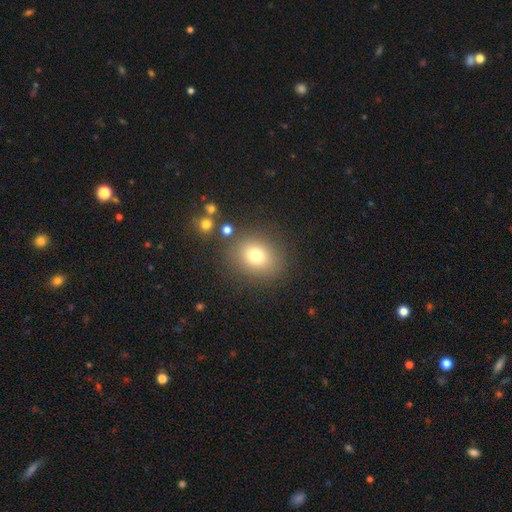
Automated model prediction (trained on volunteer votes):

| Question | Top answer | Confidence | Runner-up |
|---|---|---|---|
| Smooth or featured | smooth | 75% | star or artifact (14%) |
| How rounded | round | 57% | in between (42%) |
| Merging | none | 82% | minor disturbance (10%) |